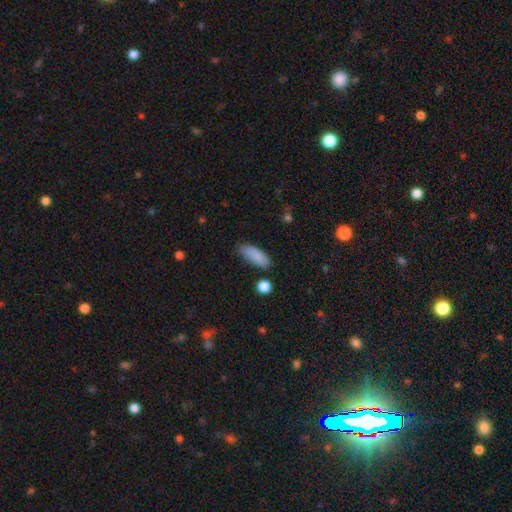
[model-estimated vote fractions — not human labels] Smooth or featured? Predicted: smooth (p=0.87). How rounded? Predicted: in between (p=0.69). Merging? Predicted: none (p=0.76).